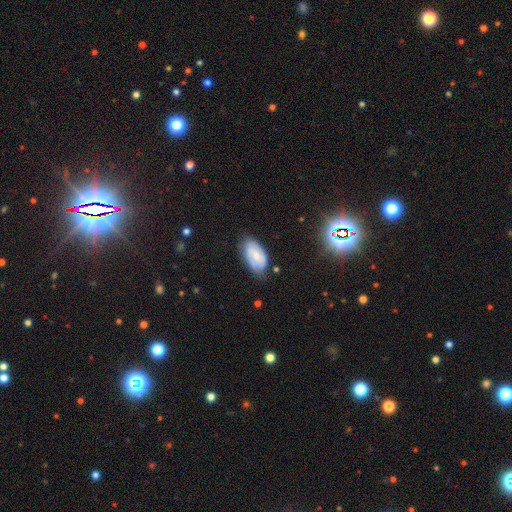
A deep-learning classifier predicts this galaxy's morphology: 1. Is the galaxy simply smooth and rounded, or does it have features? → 50% featured or disk, 42% smooth, 8% star or artifact.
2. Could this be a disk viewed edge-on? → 93% no, 7% yes.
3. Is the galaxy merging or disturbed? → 68% none, 25% minor disturbance, 6% major disturbance, 2% merger.